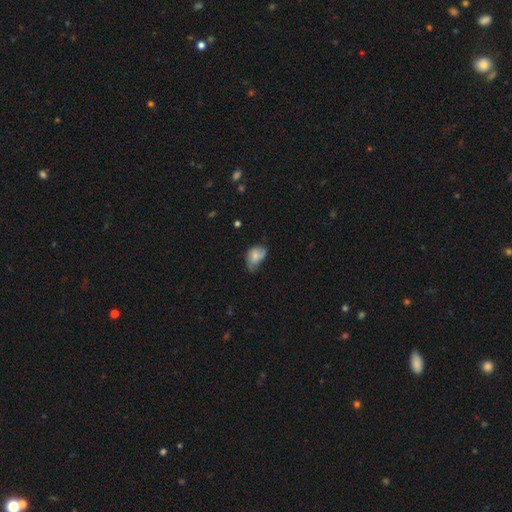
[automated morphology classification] Smooth or featured?
  - smooth: 65% *
  - featured or disk: 26%
  - star or artifact: 8%
How rounded?
  - in between: 80% *
  - round: 19%
  - cigar-shaped: 1%
Merging?
  - minor disturbance: 46% *
  - none: 32%
  - major disturbance: 19%
  - merger: 3%